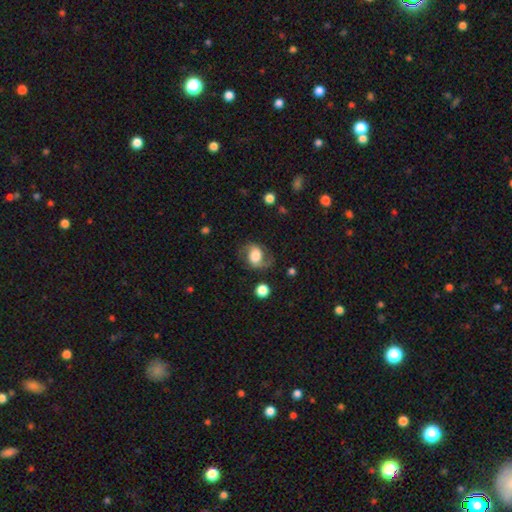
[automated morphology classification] Smooth or featured? Predicted: featured or disk (p=0.55). Edge-on disk? Predicted: no (p=0.96). Bar? Predicted: no (p=0.49). Spiral arms? Predicted: yes (p=0.87). Bulge size? Predicted: large (p=0.45). Merging? Predicted: none (p=0.65).